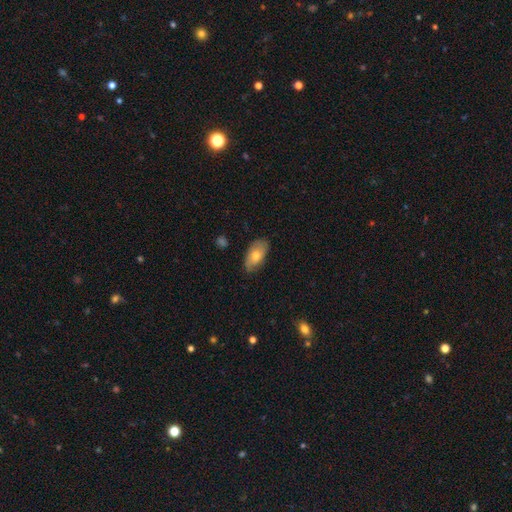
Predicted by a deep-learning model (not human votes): A smooth galaxy with no disk features (62%) that is in between round and cigar-shaped (92%). Merging: none (75%).